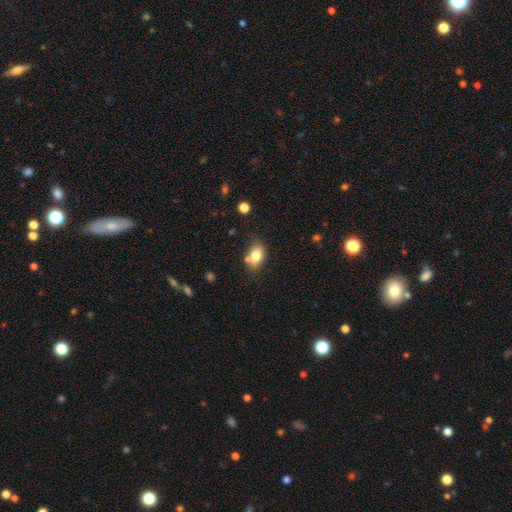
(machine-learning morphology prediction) The model was most divided on "merging": none: 66%, minor disturbance: 18%, merger: 12%, major disturbance: 4%. More confident: smooth or featured — smooth (79%); how rounded — in between (79%).